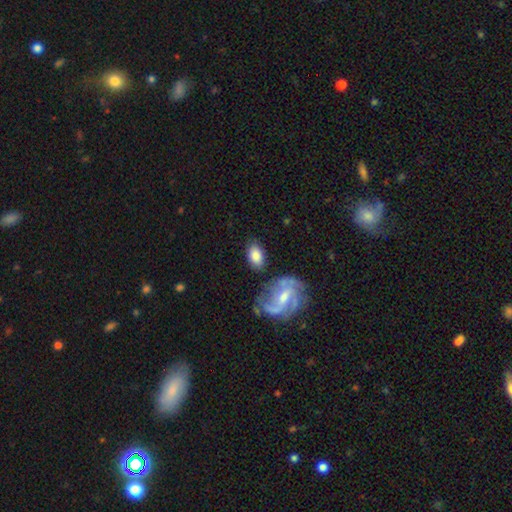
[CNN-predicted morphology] A smooth galaxy with no disk features (77%) that is in between round and cigar-shaped (88%).

Vote fractions:
- Smooth or featured? smooth: 77% / featured or disk: 17% / star or artifact: 6%
- How rounded? in between: 88% / round: 10% / cigar-shaped: 2%
- Merging? none: 75% / minor disturbance: 15% / merger: 6% / major disturbance: 5%